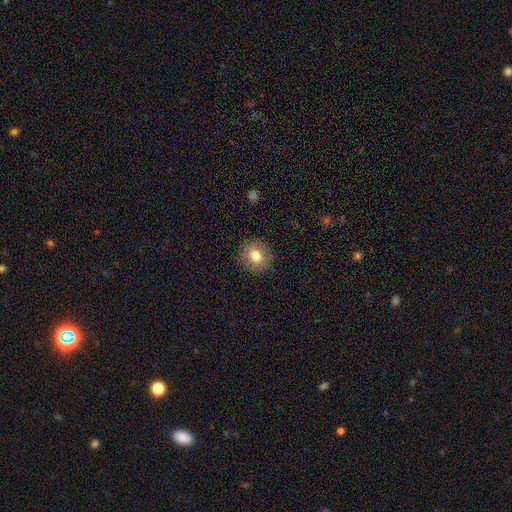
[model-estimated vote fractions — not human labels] Smooth or featured: smooth — 76% (featured or disk — 15%)
How rounded: round — 90% (in between — 9%)
Merging: none — 90% (minor disturbance — 7%)